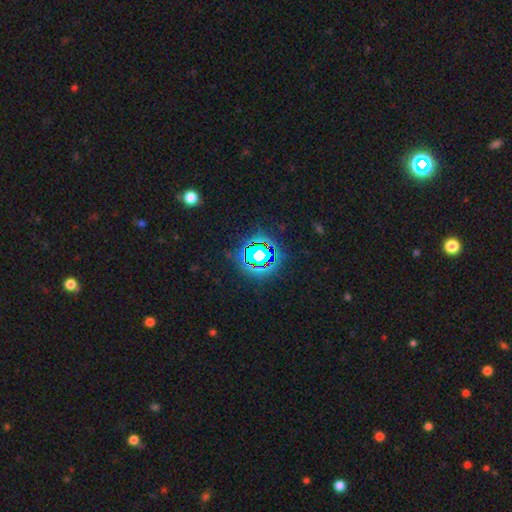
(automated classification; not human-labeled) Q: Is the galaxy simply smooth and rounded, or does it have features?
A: star or artifact — 79%.